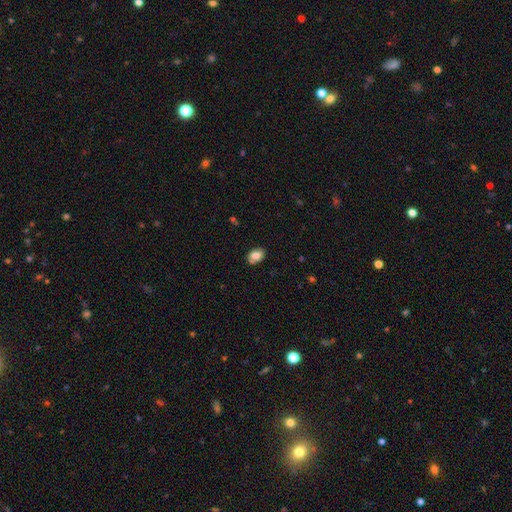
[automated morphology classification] This is likely a smooth galaxy (79%). How rounded: clearly in between (82%). Merging: clearly none (83%).